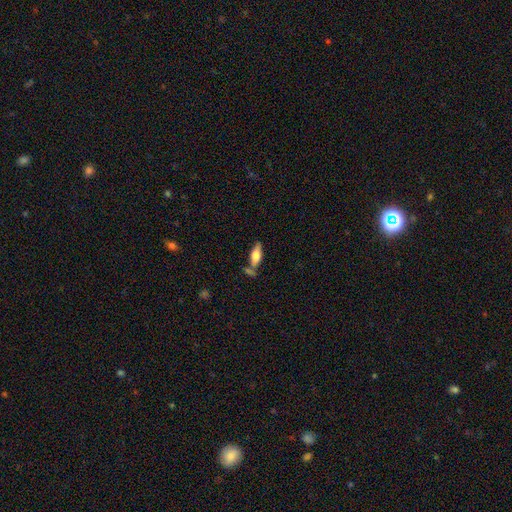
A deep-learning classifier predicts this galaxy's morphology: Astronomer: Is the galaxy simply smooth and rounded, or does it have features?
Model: smooth — 59% (runner-up: featured or disk, 34%).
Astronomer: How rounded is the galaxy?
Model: in between — 68%.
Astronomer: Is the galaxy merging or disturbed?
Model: none — 61%.